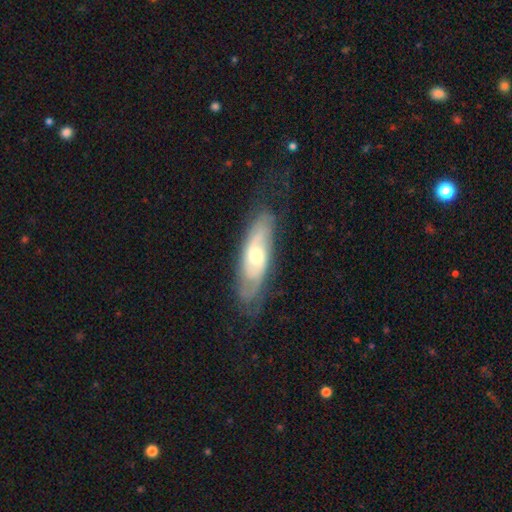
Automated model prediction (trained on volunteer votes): Smooth or featured: featured or disk — 68% (smooth — 26%)
Edge-on disk: no — 75% (yes — 25%)
Bar: no — 66% (weak — 27%)
Spiral arms: yes — 79% (no — 21%)
Bulge size: moderate — 64% (small — 27%)
Merging: none — 69% (minor disturbance — 21%)